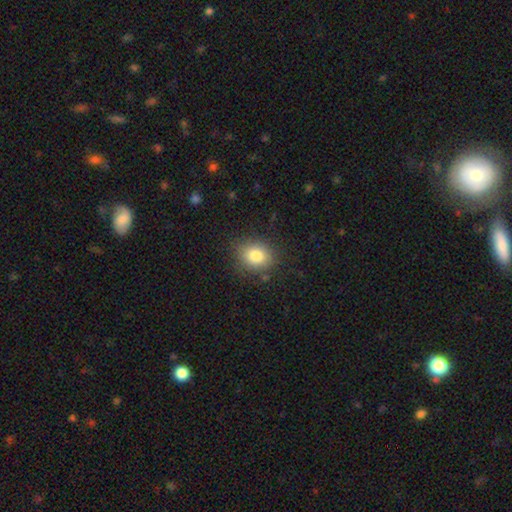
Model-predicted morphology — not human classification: The model was most divided on "how rounded": round: 63%, in between: 36%, cigar-shaped: 1%. More confident: merging — none (83%); smooth or featured — smooth (81%).